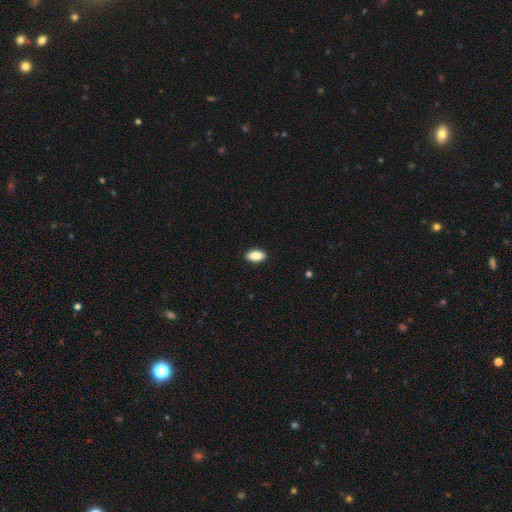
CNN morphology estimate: This is clearly a smooth galaxy (87%). How rounded: clearly in between (93%). Merging: clearly none (90%).